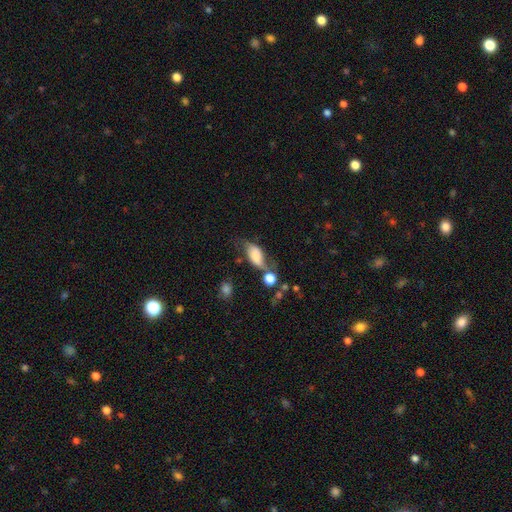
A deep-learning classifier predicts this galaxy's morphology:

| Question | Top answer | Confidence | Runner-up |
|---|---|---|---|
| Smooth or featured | smooth | 56% | featured or disk (35%) |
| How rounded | in between | 85% | round (9%) |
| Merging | none | 34% | minor disturbance (26%) |